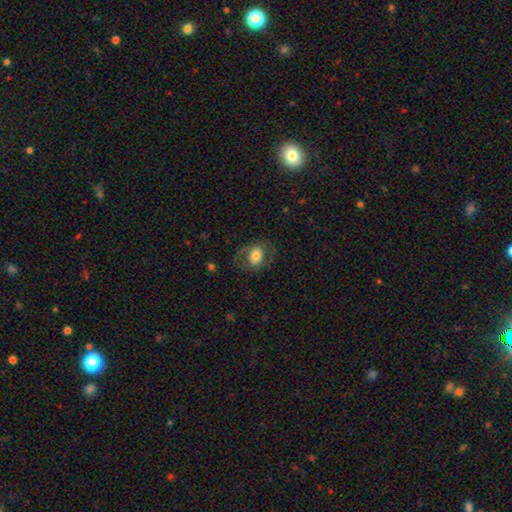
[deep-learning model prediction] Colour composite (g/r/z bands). It shows a smooth galaxy with no disk features (57%) that is in between round and cigar-shaped (59%). Merging: none (66%).